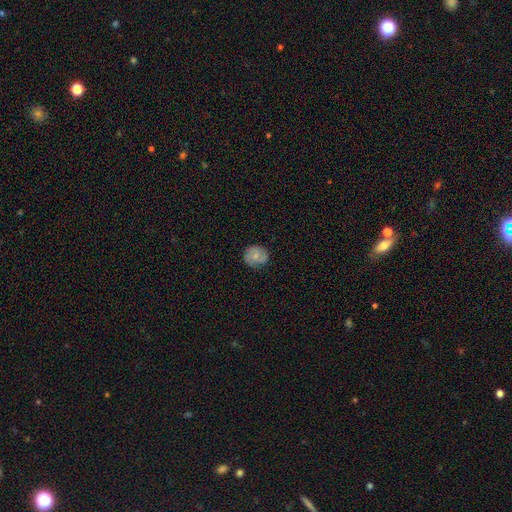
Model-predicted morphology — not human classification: Smooth or featured? smooth (65%)
How rounded? round (83%)
Merging? none (81%)